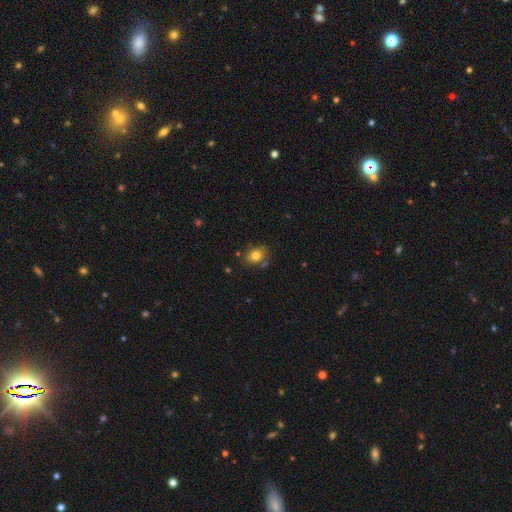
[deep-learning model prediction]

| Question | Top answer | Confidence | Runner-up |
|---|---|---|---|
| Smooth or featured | smooth | 79% | star or artifact (11%) |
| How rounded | in between | 55% | round (44%) |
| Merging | none | 70% | minor disturbance (17%) |